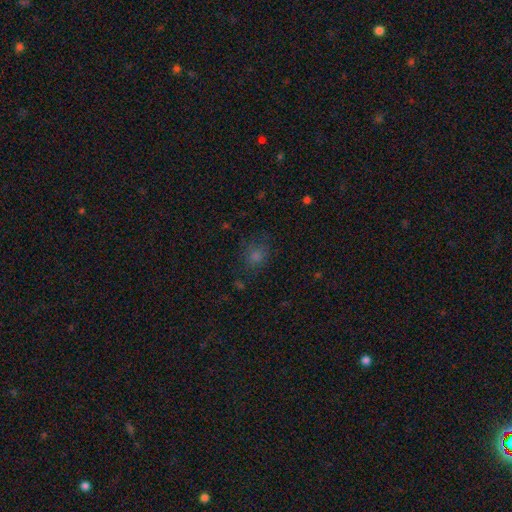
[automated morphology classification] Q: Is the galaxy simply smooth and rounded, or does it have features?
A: smooth — 63%.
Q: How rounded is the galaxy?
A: round — 71%.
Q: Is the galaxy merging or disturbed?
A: none — 78%.